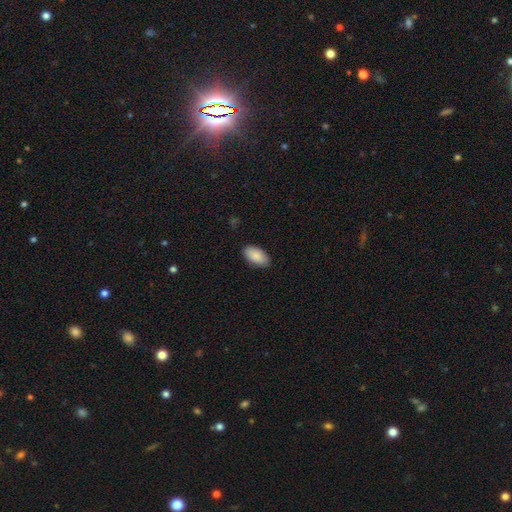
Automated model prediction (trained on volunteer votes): This appears to be a smooth galaxy with no disk features (89%) that is in between round and cigar-shaped (95%). Merging: none (87%).